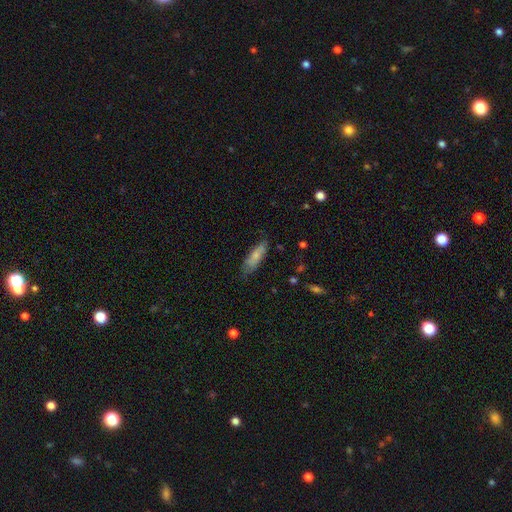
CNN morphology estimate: smooth_or_featured: smooth (p=0.72) [alt: featured or disk p=0.22]
how_rounded: cigar-shaped (p=0.50) [alt: in between p=0.48]
merging: none (p=0.68) [alt: minor disturbance p=0.24]